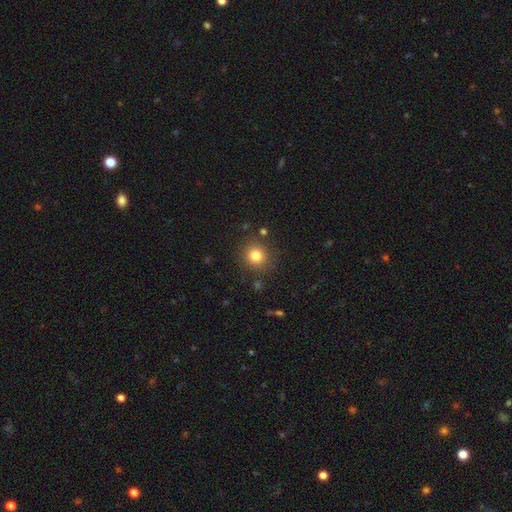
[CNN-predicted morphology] smooth_or_featured: smooth (p=0.81) [alt: star or artifact p=0.13]
how_rounded: round (p=0.91) [alt: in between p=0.08]
merging: none (p=0.86) [alt: minor disturbance p=0.08]